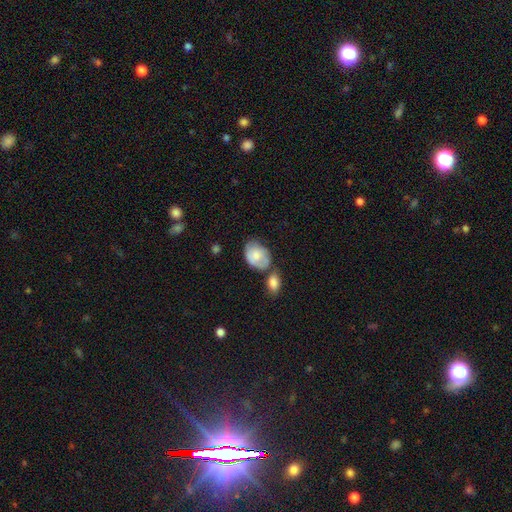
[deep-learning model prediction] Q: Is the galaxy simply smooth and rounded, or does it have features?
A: smooth — 67%.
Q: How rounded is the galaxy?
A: in between — 78%.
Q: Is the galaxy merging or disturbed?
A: none — 43%.